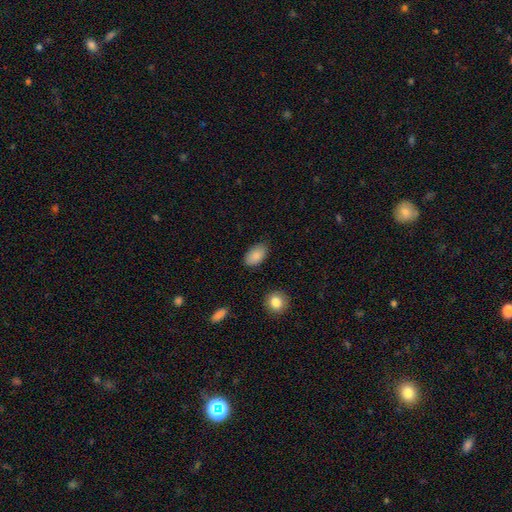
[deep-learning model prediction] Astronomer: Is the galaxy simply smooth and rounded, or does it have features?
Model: smooth — 88%.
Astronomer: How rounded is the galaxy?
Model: in between — 92%.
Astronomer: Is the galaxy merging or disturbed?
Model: none — 84%.